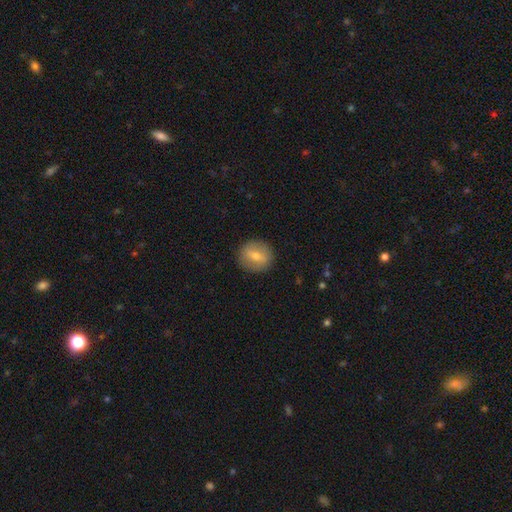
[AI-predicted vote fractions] A smooth galaxy with no disk features (63%) that is round (87%).

Vote fractions:
- Smooth or featured? smooth: 63% / featured or disk: 28% / star or artifact: 9%
- How rounded? round: 87% / in between: 12% / cigar-shaped: 1%
- Merging? none: 90% / minor disturbance: 7% / major disturbance: 2% / merger: 1%